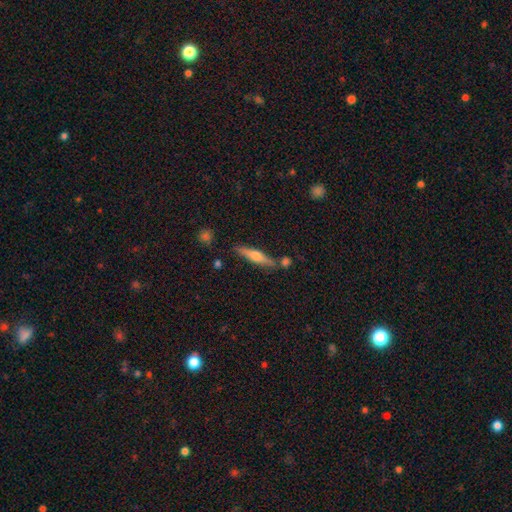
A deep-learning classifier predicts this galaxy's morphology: A featured or disk galaxy (55%) viewed edge-on (96%) with a rounded central bulge (87%). Merging: none (79%).